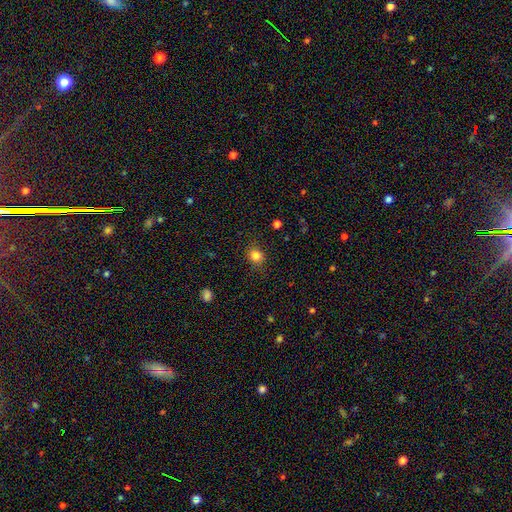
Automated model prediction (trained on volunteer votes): A smooth galaxy with no disk features (83%) that is round (70%).

Vote fractions:
- Smooth or featured? smooth: 83% / star or artifact: 12% / featured or disk: 5%
- How rounded? round: 70% / in between: 29% / cigar-shaped: 1%
- Merging? none: 84% / minor disturbance: 11% / major disturbance: 3% / merger: 1%